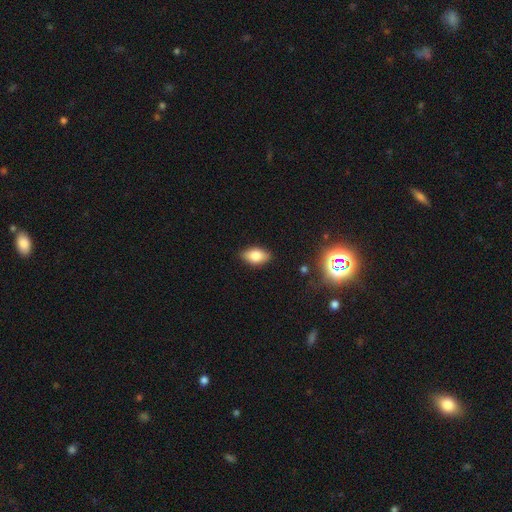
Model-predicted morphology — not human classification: The model was most divided on "smooth or featured": smooth: 76%, featured or disk: 15%, star or artifact: 9%. More confident: how rounded — in between (89%); merging — none (84%).